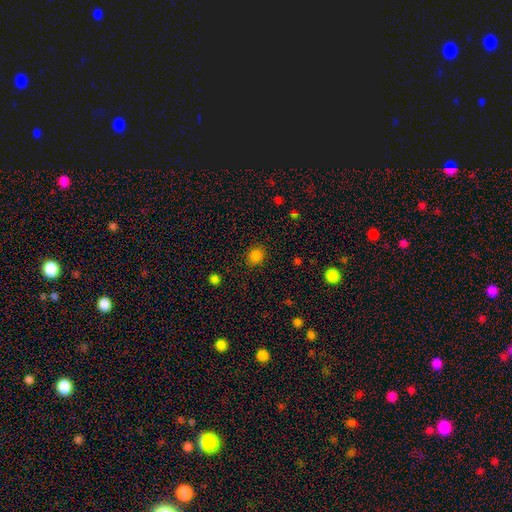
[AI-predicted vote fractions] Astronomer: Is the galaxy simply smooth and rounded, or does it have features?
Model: smooth — 83%.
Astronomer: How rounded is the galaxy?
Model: round — 74%.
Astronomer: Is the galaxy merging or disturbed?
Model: none — 87%.